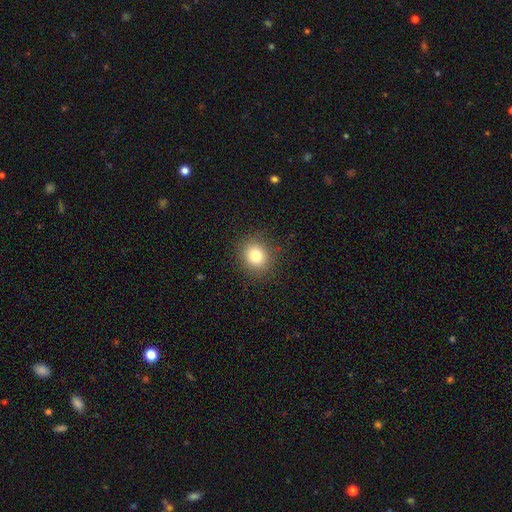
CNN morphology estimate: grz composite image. It shows a smooth galaxy with no disk features (81%) that is round (80%). Merging: none (89%).